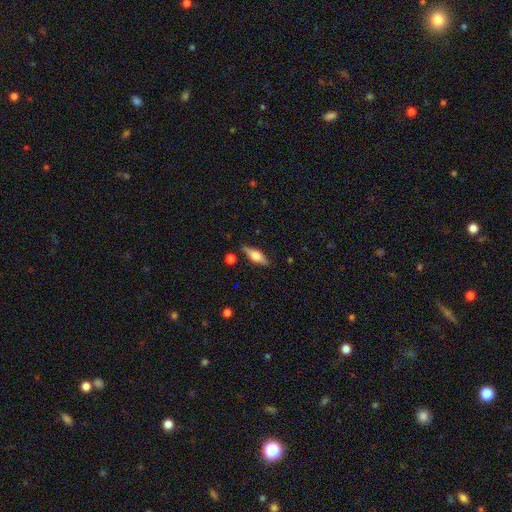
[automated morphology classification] smooth-or-featured: featured or disk: 54% | smooth: 39% | star or artifact: 7%
  disk-edge-on: yes: 93% | no: 7%
  merging: none: 84% | minor disturbance: 11% | major disturbance: 3% | merger: 3%